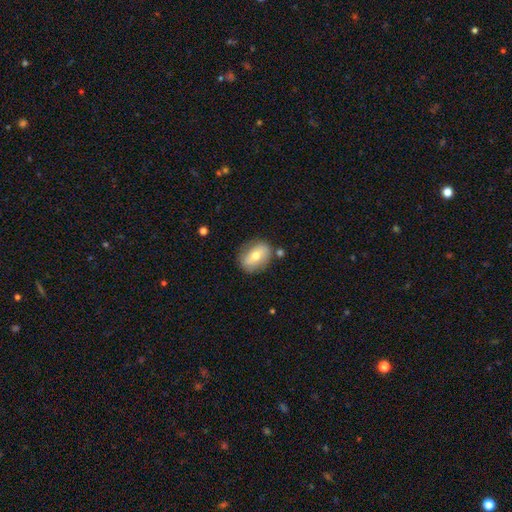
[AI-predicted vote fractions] The model was most divided on "smooth or featured": smooth: 58%, featured or disk: 34%, star or artifact: 8%. More confident: merging — none (77%); how rounded — in between (71%).